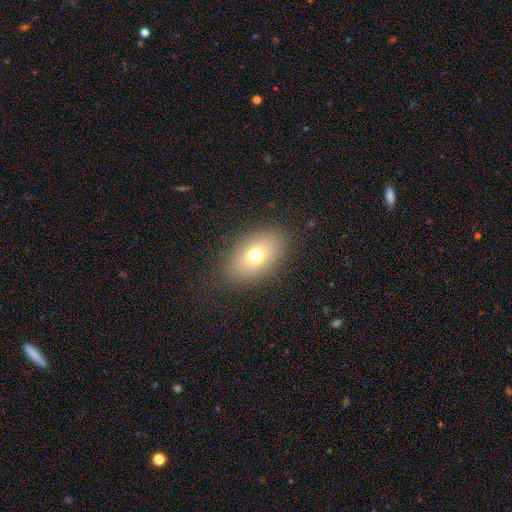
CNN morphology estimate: Smooth or featured? smooth (71%)
How rounded? in between (86%)
Merging? none (85%)